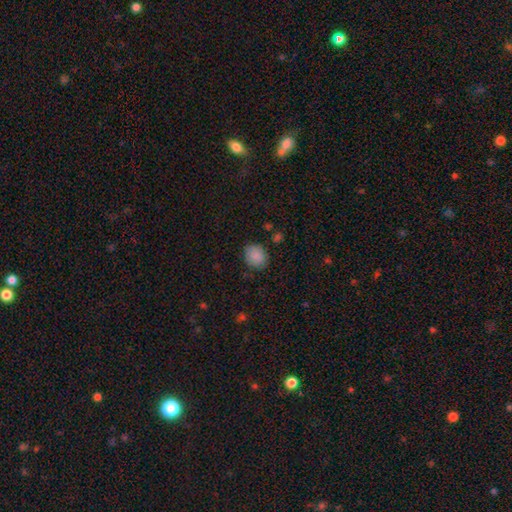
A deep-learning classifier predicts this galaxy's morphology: Overall: smooth (87%). How rounded: round (67%; in between 32%). Merging: none (83%).